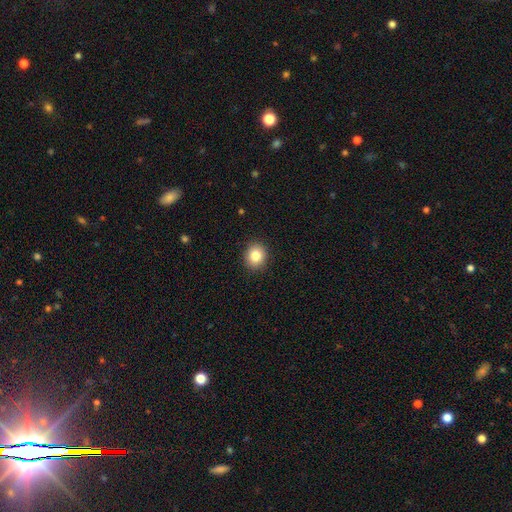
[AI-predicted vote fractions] smooth_or_featured: smooth (p=0.82) [alt: star or artifact p=0.10]
how_rounded: round (p=0.79) [alt: in between p=0.20]
merging: none (p=0.91) [alt: minor disturbance p=0.06]